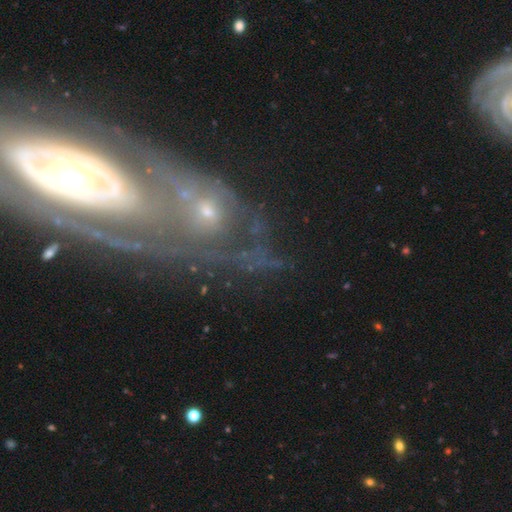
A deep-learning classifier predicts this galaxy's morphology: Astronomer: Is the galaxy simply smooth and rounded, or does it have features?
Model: featured or disk — 72%.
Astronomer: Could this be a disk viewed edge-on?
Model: no — 92%.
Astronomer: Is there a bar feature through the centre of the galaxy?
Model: no — 67%.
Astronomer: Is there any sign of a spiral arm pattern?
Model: yes — 73%.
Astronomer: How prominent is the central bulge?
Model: small — 49% (runner-up: moderate, 36%).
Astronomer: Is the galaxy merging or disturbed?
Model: merger — 39% (runner-up: none, 32%).